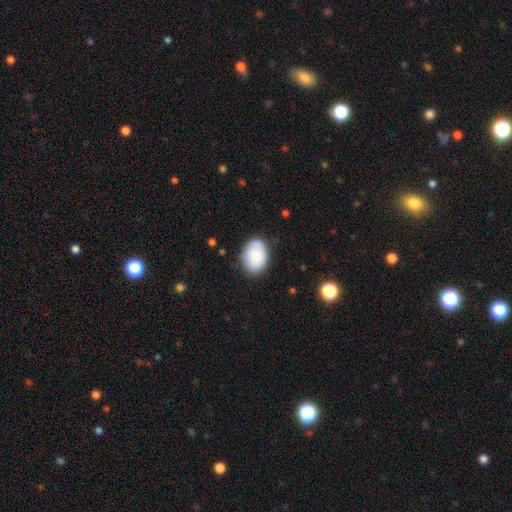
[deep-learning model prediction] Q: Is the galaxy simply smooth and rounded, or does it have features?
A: smooth — 83%.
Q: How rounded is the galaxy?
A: in between — 75%.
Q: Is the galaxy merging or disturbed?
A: none — 80%.